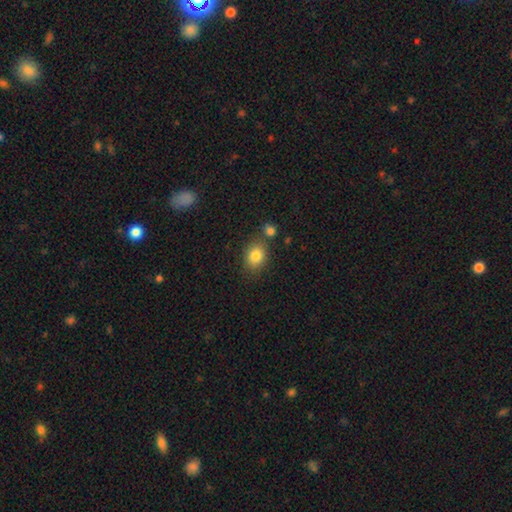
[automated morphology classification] Overall: smooth (83%). How rounded: in between (54%; round 45%). Merging: none (73%).